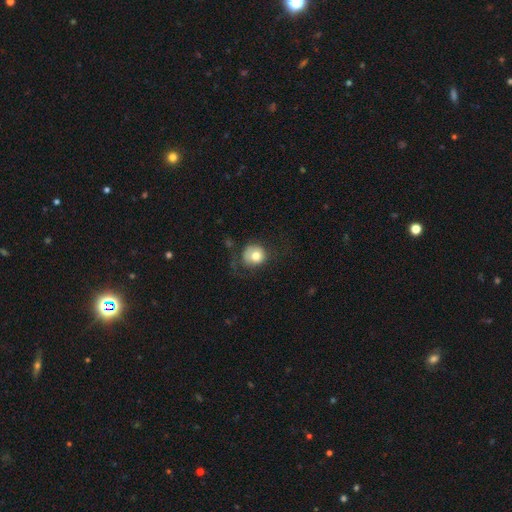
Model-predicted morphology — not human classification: Overall: smooth (74%). How rounded: round (87%). Merging: none (54%; major disturbance 23%).